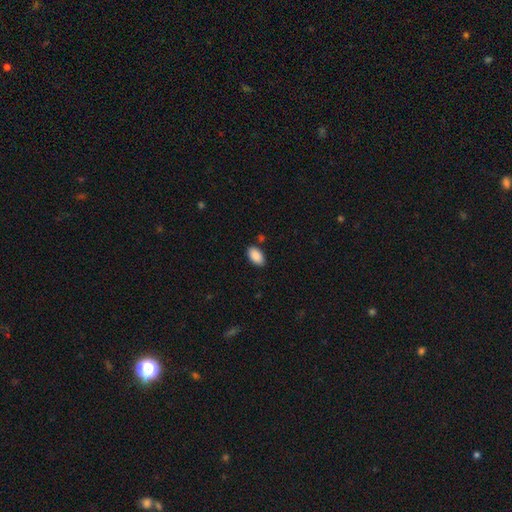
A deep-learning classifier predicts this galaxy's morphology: type=smooth (90%); roundness=in between (95%); merging=none (84%).